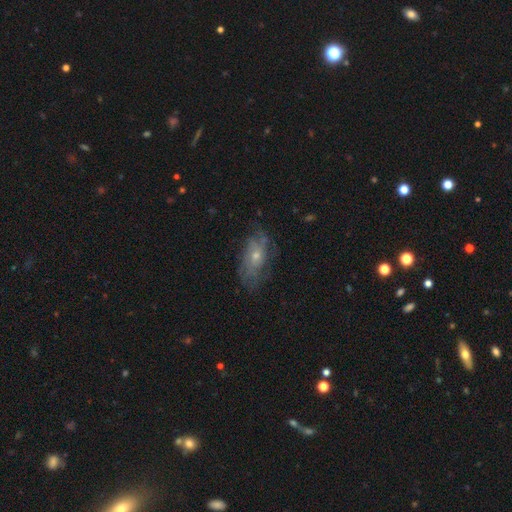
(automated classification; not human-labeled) A featured or disk galaxy (59%) with no bar (80%), spiral arms (71%) and a small central bulge (55%). Merging: none (68%).